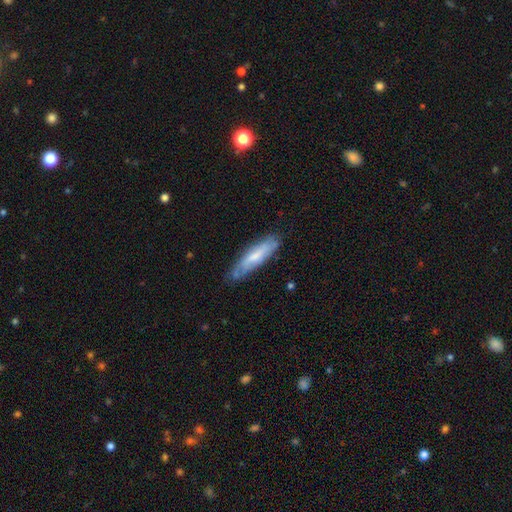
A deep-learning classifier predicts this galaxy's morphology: smooth_or_featured: smooth (p=0.54) [alt: featured or disk p=0.40]
how_rounded: cigar-shaped (p=0.69) [alt: in between p=0.29]
merging: none (p=0.71) [alt: minor disturbance p=0.22]